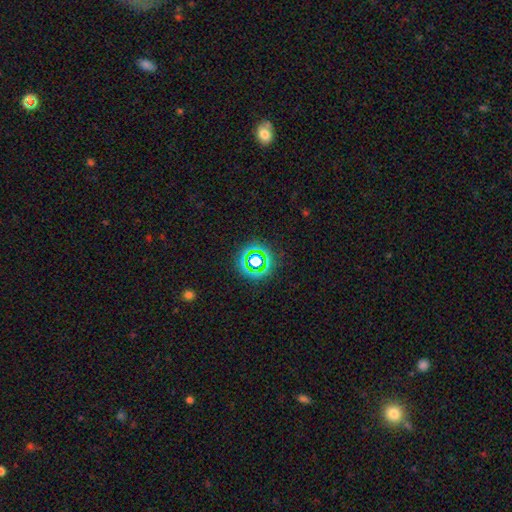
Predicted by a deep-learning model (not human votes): This appears to be a star or artifact, not a galaxy (60%).